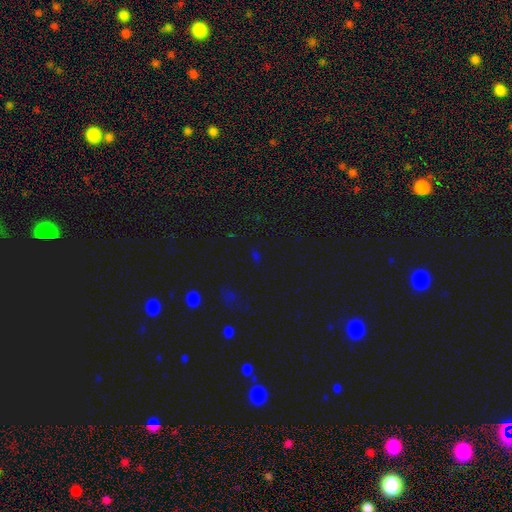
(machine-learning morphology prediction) The model was most divided on "smooth or featured": star or artifact: 63%, smooth: 29%, featured or disk: 7%.